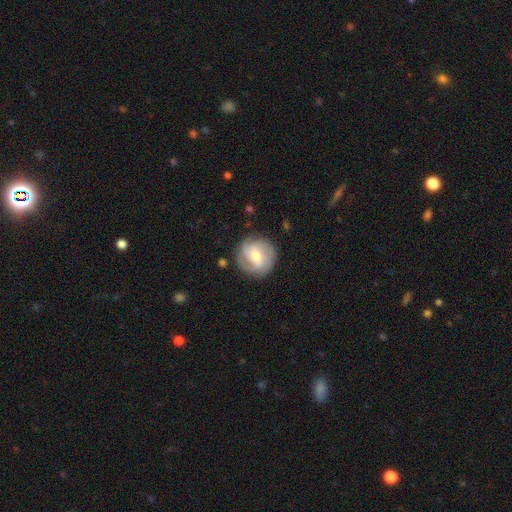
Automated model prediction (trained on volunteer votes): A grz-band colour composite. It shows a featured or disk galaxy (68%) with a weak bar (48%), 3 (38%) tight (42%) spiral arms (91%) and a moderate central bulge (63%). Merging: none (81%).